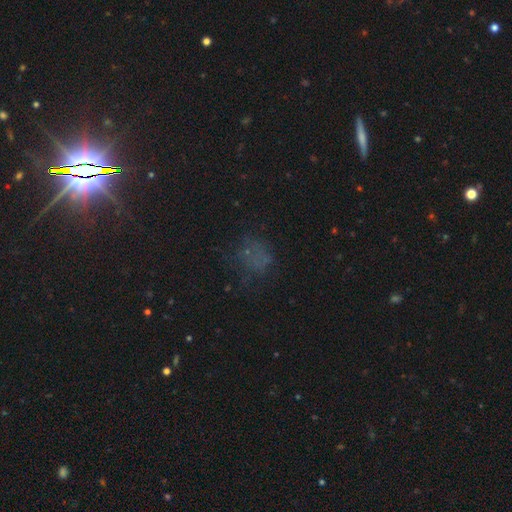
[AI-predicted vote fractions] The model was most divided on "smooth or featured": star or artifact: 44%, smooth: 38%, featured or disk: 19%.